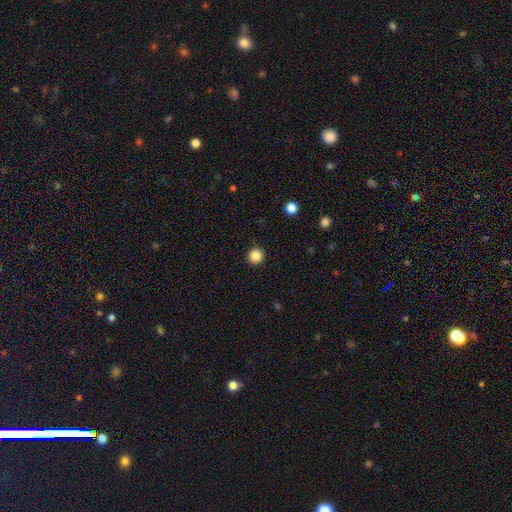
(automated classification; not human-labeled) Smooth or featured?
  - smooth: 86% *
  - star or artifact: 11%
  - featured or disk: 4%
How rounded?
  - round: 95% *
  - in between: 4%
  - cigar-shaped: 1%
Merging?
  - none: 93% *
  - minor disturbance: 4%
  - major disturbance: 2%
  - merger: 1%